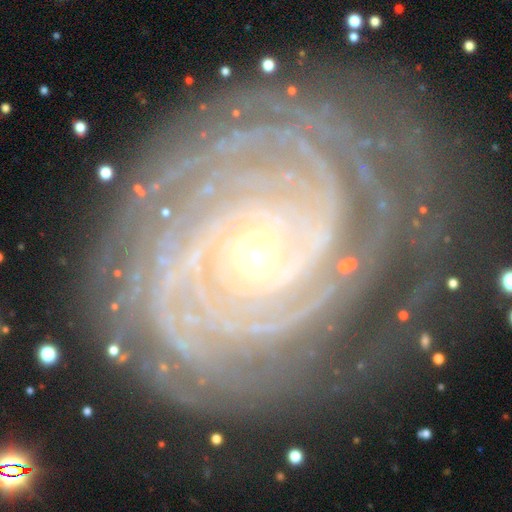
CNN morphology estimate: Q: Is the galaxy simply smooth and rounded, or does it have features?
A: featured or disk — 93%.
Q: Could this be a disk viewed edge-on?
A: no — 98%.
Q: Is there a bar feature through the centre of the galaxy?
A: no — 73%.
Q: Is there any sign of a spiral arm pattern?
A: yes — 98%.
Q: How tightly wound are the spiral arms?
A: tight — 85%.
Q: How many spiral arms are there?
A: more than 4 — 21%.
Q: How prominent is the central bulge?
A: small — 65%.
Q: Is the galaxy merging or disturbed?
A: none — 75%.